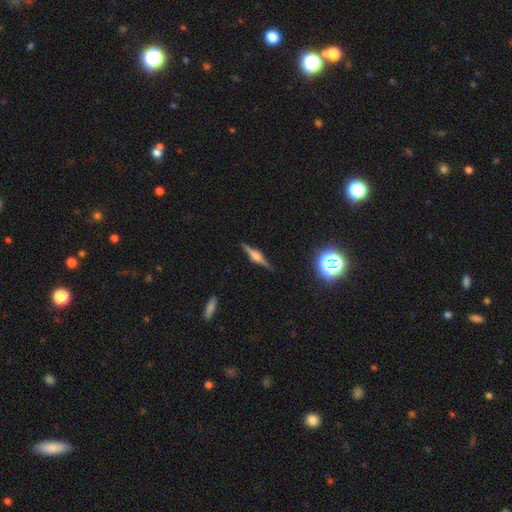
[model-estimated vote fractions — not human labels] featured or disk 76%, smooth 16%, star or artifact 8%. Down the decision tree: edge-on disk — yes (98%); edge-on bulge — rounded (81%); merging — none (89%).